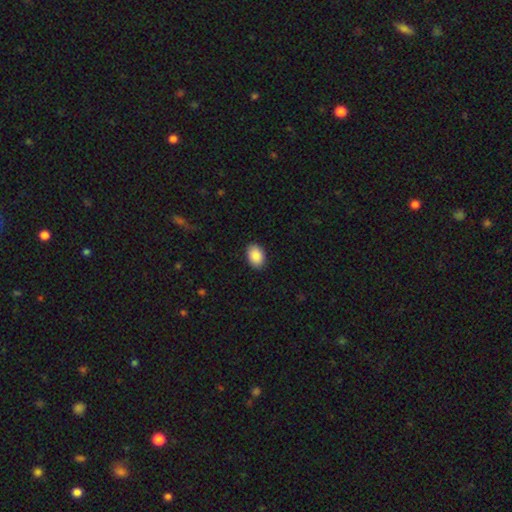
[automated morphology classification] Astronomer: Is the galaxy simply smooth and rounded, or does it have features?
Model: smooth — 90%.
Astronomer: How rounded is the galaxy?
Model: in between — 81%.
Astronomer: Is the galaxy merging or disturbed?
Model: none — 89%.